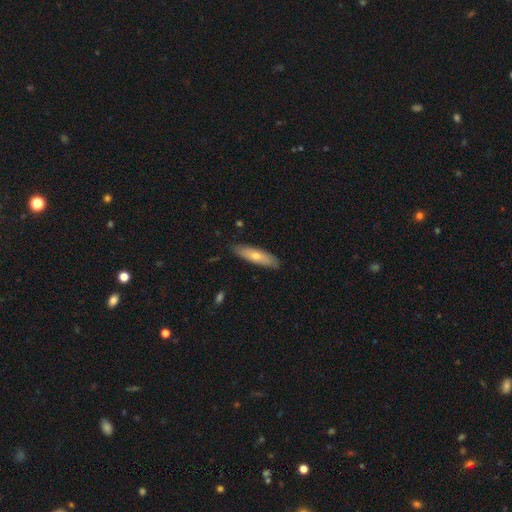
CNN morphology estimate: Smooth or featured? smooth (59%)
How rounded? cigar-shaped (72%)
Merging? none (87%)